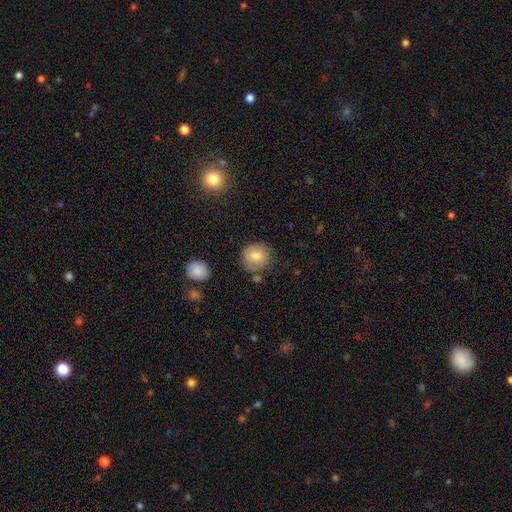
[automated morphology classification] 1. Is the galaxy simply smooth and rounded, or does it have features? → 78% smooth, 12% featured or disk, 10% star or artifact.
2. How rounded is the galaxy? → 92% round, 7% in between, 1% cigar-shaped.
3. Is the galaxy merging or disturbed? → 81% none, 12% minor disturbance, 4% merger, 3% major disturbance.